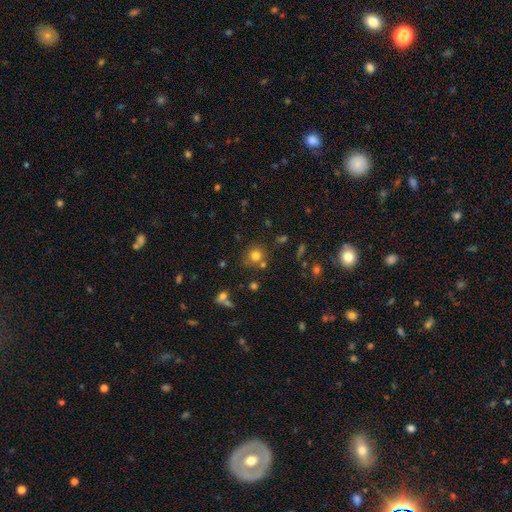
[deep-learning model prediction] smooth-or-featured: smooth: 76% | star or artifact: 16% | featured or disk: 8%
  how-rounded: round: 89% | in between: 10% | cigar-shaped: 1%
  merging: none: 75% | merger: 11% | minor disturbance: 11% | major disturbance: 4%